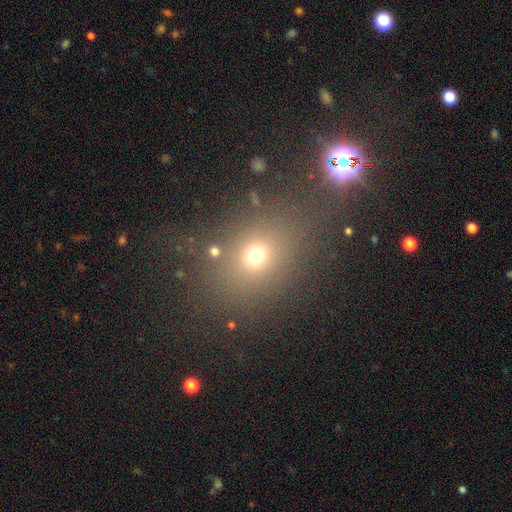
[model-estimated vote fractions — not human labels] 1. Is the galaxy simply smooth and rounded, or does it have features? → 67% smooth, 22% star or artifact, 11% featured or disk.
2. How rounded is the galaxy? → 55% round, 43% in between, 2% cigar-shaped.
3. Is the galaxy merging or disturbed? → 72% none, 12% minor disturbance, 9% merger, 7% major disturbance.